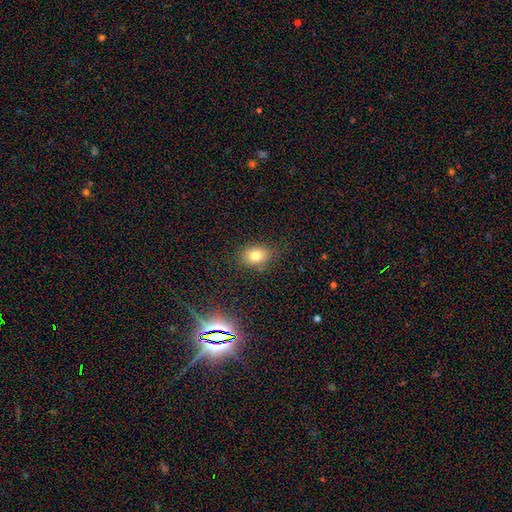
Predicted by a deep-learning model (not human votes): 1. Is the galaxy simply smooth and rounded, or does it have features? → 78% smooth, 12% star or artifact, 9% featured or disk.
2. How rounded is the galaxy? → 67% in between, 32% round, 1% cigar-shaped.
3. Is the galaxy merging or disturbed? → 80% none, 14% minor disturbance, 4% major disturbance, 2% merger.